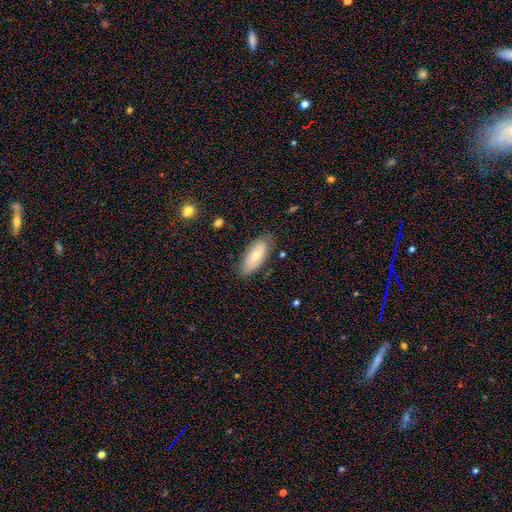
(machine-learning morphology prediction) A smooth galaxy with no disk features (68%) that is in between round and cigar-shaped (84%). Merging: none (81%).